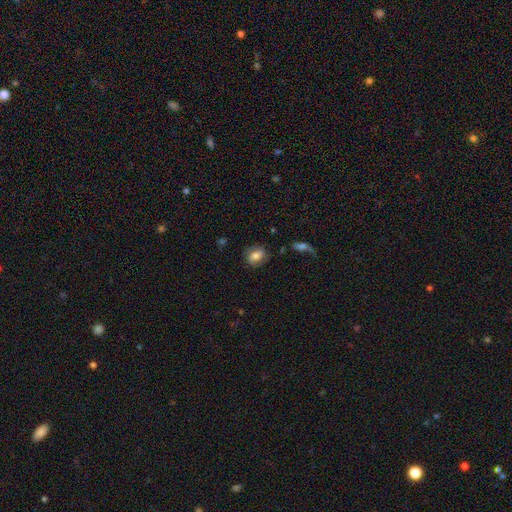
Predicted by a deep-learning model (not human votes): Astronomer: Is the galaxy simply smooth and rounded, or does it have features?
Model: smooth — 77%.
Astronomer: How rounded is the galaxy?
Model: in between — 61% (runner-up: round, 37%).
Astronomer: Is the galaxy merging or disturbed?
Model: none — 79%.